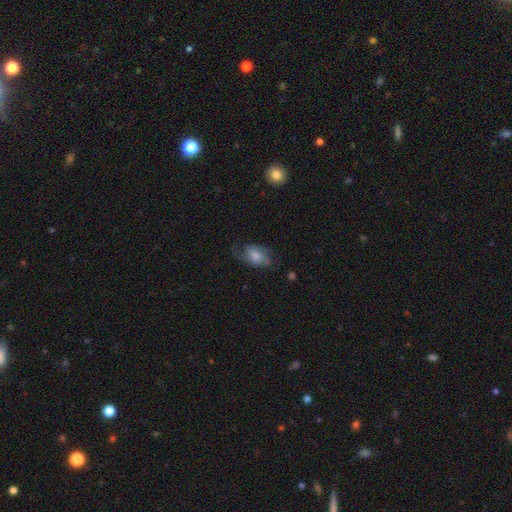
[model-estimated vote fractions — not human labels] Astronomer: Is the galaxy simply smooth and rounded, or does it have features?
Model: smooth — 48% (runner-up: featured or disk, 44%).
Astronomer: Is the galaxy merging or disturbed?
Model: none — 50% (runner-up: minor disturbance, 26%).